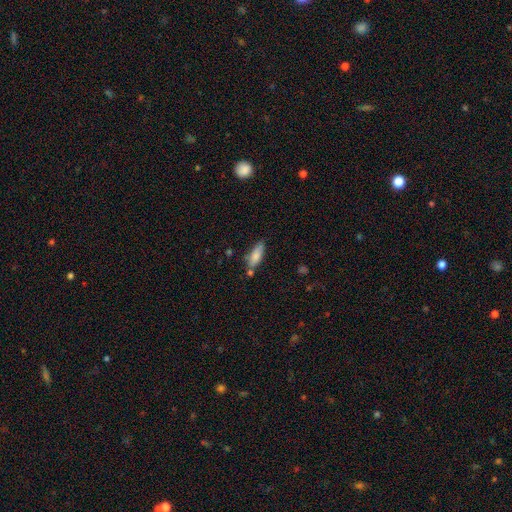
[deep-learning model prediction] Q: Smooth or featured?
A: smooth (79%); runner-up: featured or disk (14%)
Q: How rounded?
A: in between (60%); runner-up: cigar-shaped (38%)
Q: Merging?
A: none (64%); runner-up: minor disturbance (20%)